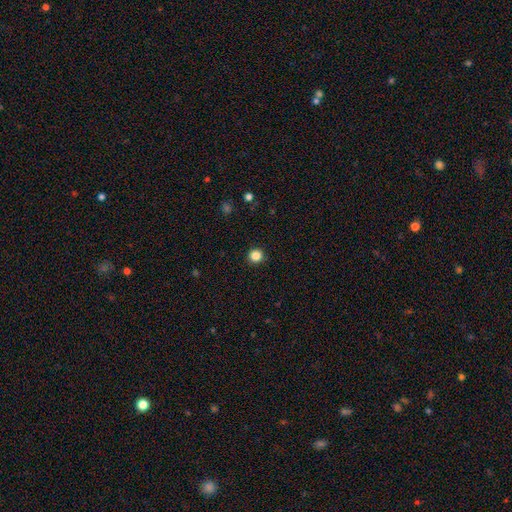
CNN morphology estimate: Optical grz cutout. It shows a smooth galaxy with no disk features (84%) that is round (95%). Merging: none (93%).